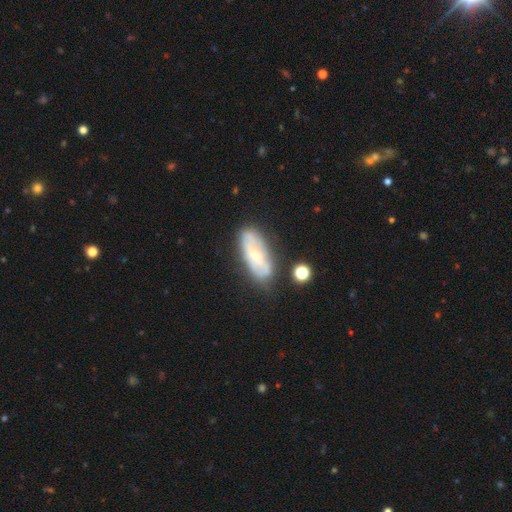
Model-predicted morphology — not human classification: A featured or disk galaxy (55%).

Vote fractions:
- Smooth or featured? featured or disk: 55% / smooth: 38% / star or artifact: 7%
- Edge-on disk? no: 83% / yes: 17%
- Merging? none: 68% / minor disturbance: 20% / major disturbance: 7% / merger: 5%